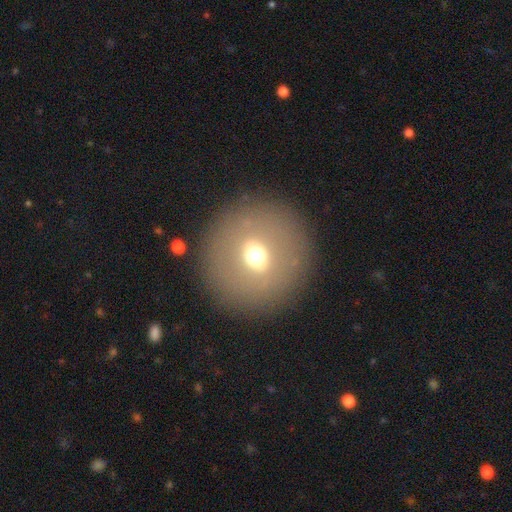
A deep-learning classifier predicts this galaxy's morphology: The model was most divided on "smooth or featured": smooth: 53%, featured or disk: 31%, star or artifact: 16%. More confident: merging — none (86%); how rounded — round (82%).